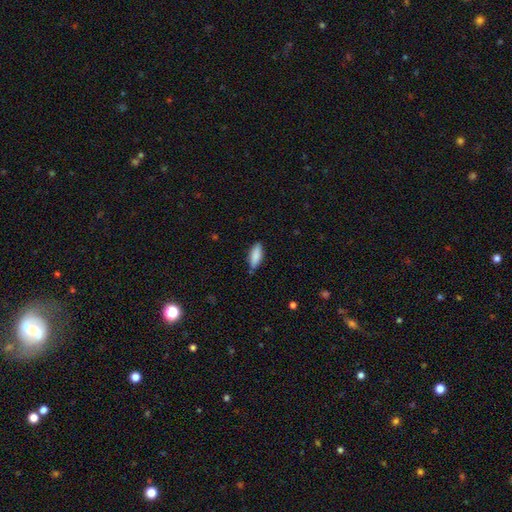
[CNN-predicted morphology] Q: Smooth or featured?
A: smooth (86%); runner-up: featured or disk (8%)
Q: How rounded?
A: in between (71%); runner-up: cigar-shaped (28%)
Q: Merging?
A: none (77%); runner-up: minor disturbance (18%)